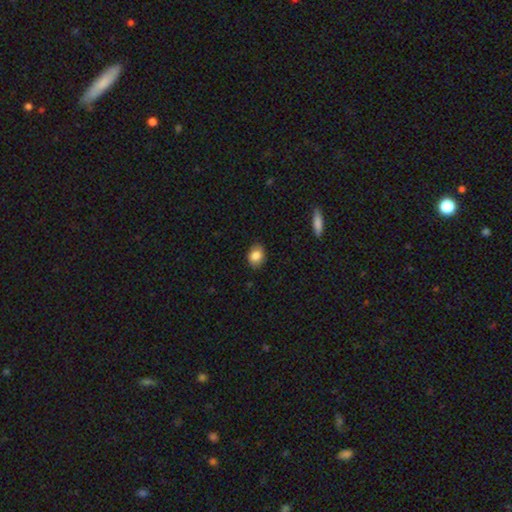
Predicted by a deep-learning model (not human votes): This is clearly a smooth galaxy (85%). How rounded: likely in between (67%). Merging: clearly none (85%).